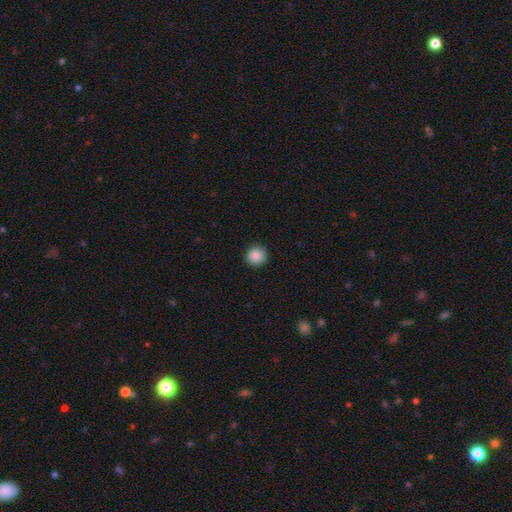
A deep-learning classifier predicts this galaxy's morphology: Smooth or featured? Predicted: smooth (p=0.87). How rounded? Predicted: round (p=0.94). Merging? Predicted: none (p=0.92).